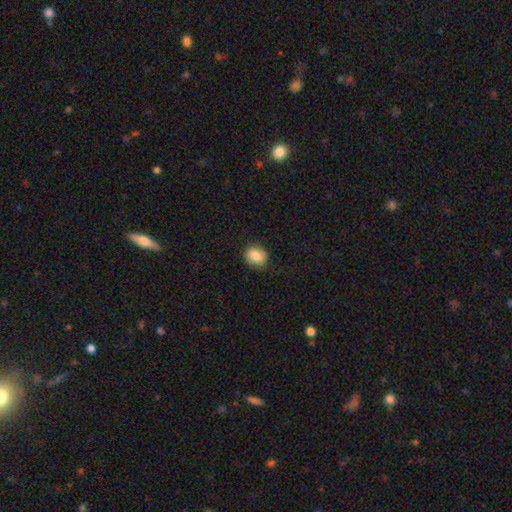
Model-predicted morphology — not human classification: This appears to be a smooth galaxy with no disk features (84%) that is round (64%). Merging: none (87%).